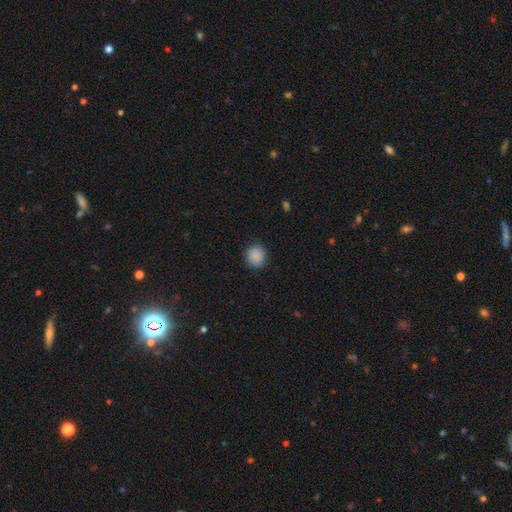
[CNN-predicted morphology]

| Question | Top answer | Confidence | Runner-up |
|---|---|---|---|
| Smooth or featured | smooth | 88% | star or artifact (8%) |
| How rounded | round | 85% | in between (14%) |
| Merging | none | 88% | minor disturbance (8%) |